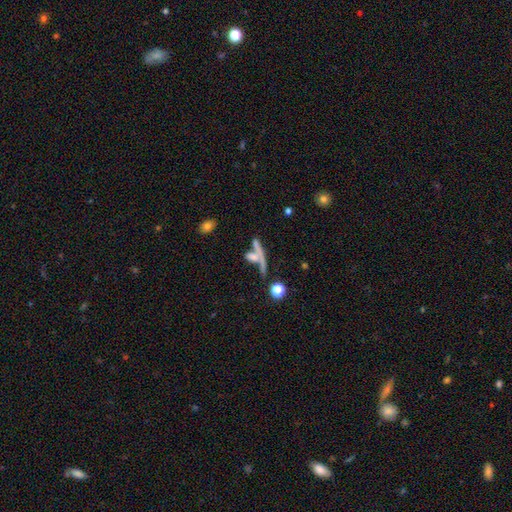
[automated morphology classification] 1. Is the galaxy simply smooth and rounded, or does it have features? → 52% smooth, 35% featured or disk, 13% star or artifact.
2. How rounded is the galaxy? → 68% cigar-shaped, 23% in between, 10% round.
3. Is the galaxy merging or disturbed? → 43% merger, 35% none, 11% major disturbance, 11% minor disturbance.